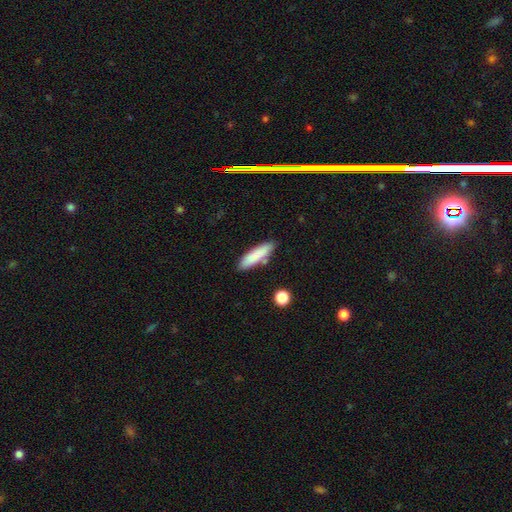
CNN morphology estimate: This appears to be a smooth galaxy with no disk features (83%) that is cigar-shaped (70%). Merging: none (80%).